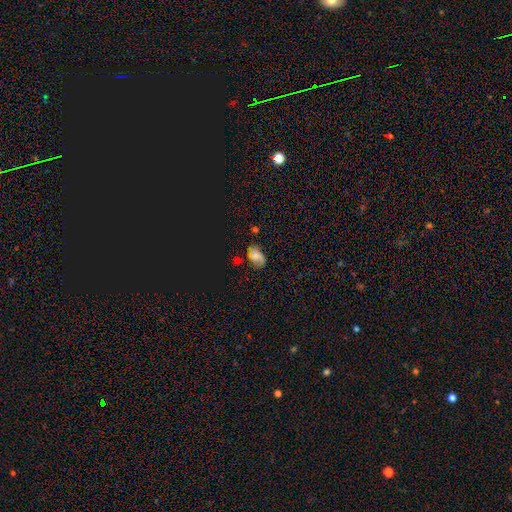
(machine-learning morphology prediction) Smooth or featured? smooth (52%)
How rounded? in between (85%)
Merging? none (64%)